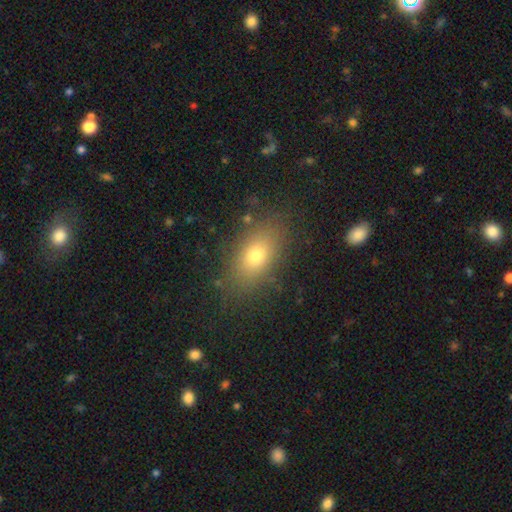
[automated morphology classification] smooth 74%, featured or disk 14%, star or artifact 12%. Down the decision tree: how rounded — in between (83%); merging — none (82%).